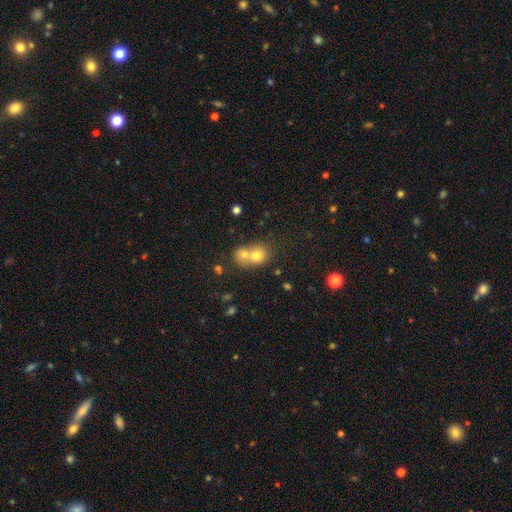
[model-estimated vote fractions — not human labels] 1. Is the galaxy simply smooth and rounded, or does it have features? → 70% smooth, 18% featured or disk, 12% star or artifact.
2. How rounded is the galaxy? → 67% round, 32% in between, 1% cigar-shaped.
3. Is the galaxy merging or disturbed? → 66% merger, 26% none, 5% minor disturbance, 3% major disturbance.